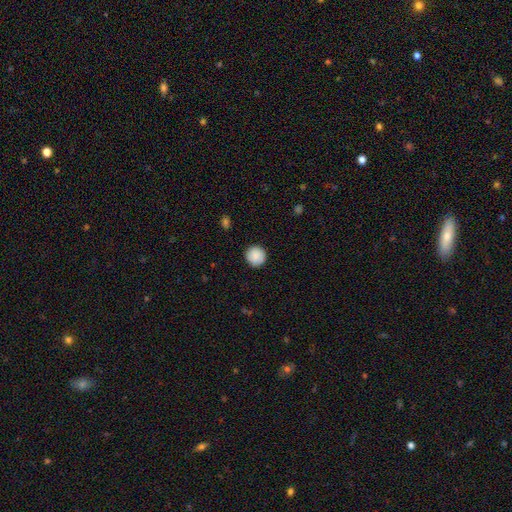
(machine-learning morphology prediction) The model was most divided on "smooth or featured": smooth: 88%, star or artifact: 7%, featured or disk: 4%. More confident: how rounded — round (94%); merging — none (89%).